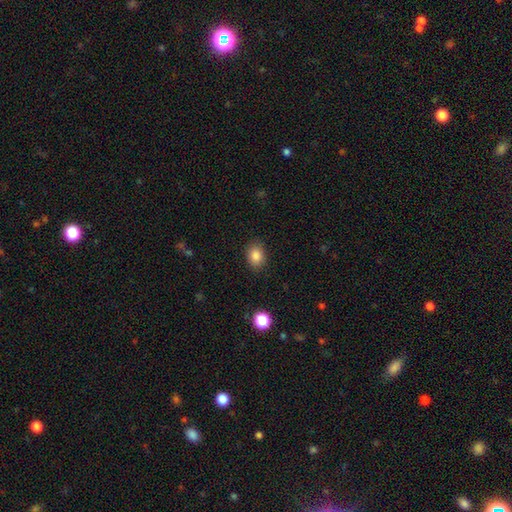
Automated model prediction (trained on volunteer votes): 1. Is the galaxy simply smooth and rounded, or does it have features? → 85% smooth, 10% star or artifact, 5% featured or disk.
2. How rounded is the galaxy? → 66% in between, 33% round, 1% cigar-shaped.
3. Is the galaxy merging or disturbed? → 86% none, 10% minor disturbance, 3% major disturbance, 1% merger.